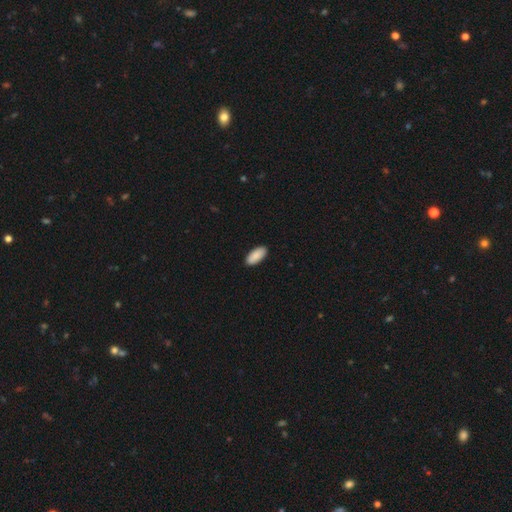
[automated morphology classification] smooth-or-featured: smooth: 91% | star or artifact: 5% | featured or disk: 4%
  how-rounded: in between: 91% | cigar-shaped: 8% | round: 2%
  merging: none: 90% | minor disturbance: 7% | major disturbance: 1% | merger: 1%